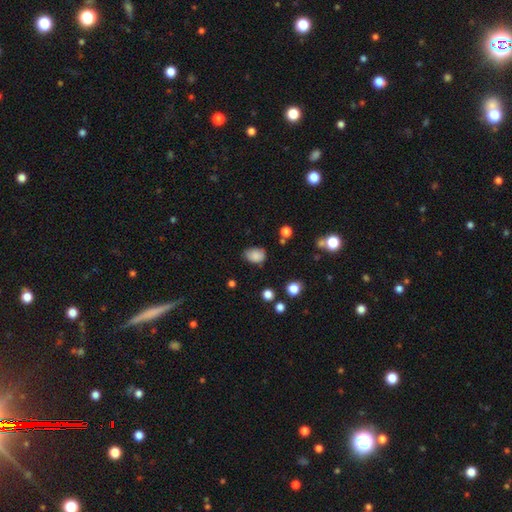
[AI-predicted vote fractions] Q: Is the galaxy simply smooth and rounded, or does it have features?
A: smooth — 84%.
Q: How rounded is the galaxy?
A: in between — 72%.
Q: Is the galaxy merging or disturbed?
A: none — 65%.